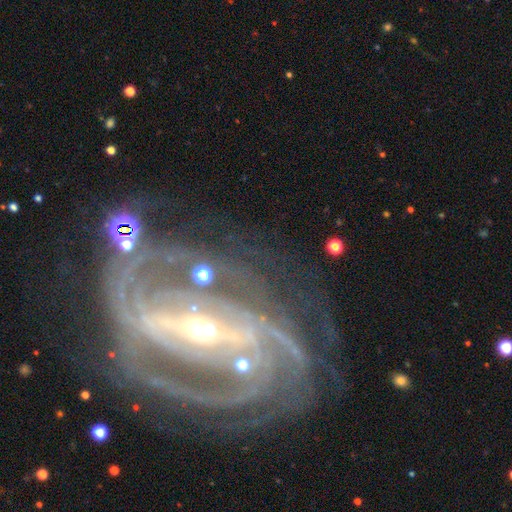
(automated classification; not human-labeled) featured or disk 91%, star or artifact 6%, smooth 3%. Down the decision tree: edge-on disk — no (95%); bar — strong (74%); spiral arms — yes (97%); spiral arm count — 2 (23%); spiral winding — tight (55%); bulge size — small (53%); merging — none (58%).